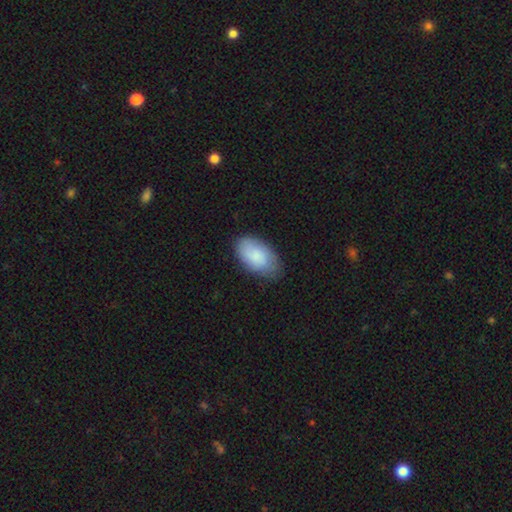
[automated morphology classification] Q: Smooth or featured?
A: smooth (83%); runner-up: featured or disk (11%)
Q: How rounded?
A: in between (95%); runner-up: round (4%)
Q: Merging?
A: none (75%); runner-up: minor disturbance (20%)